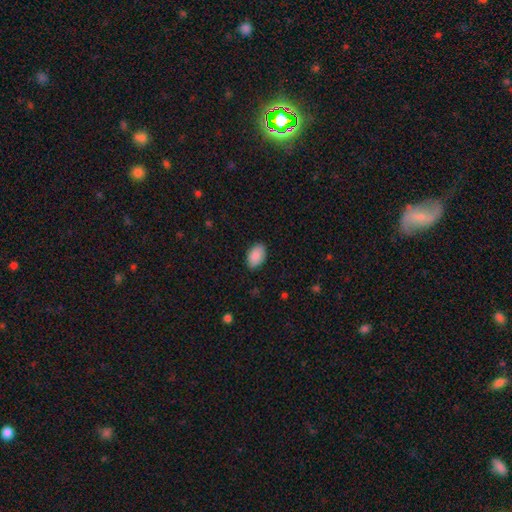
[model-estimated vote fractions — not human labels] Smooth or featured? Predicted: smooth (p=0.90). How rounded? Predicted: in between (p=0.92). Merging? Predicted: none (p=0.86).